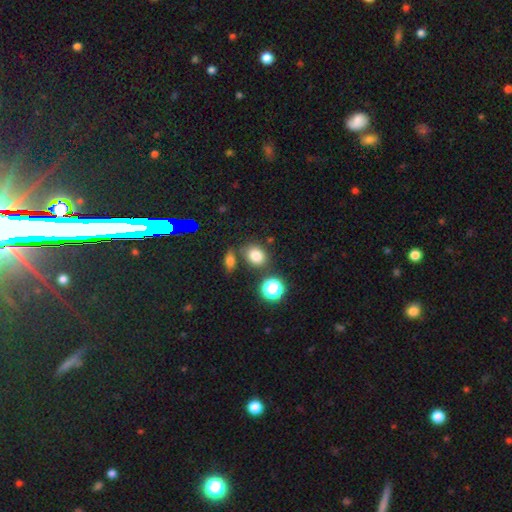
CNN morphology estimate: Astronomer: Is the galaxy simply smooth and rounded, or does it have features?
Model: smooth — 78%.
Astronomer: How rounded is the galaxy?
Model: round — 50% (runner-up: in between, 48%).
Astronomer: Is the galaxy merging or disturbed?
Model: none — 72%.